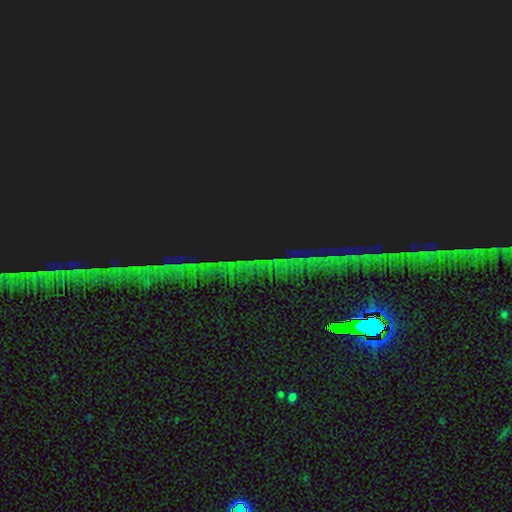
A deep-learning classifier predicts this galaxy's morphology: Smooth or featured? Predicted: star or artifact (p=0.86).